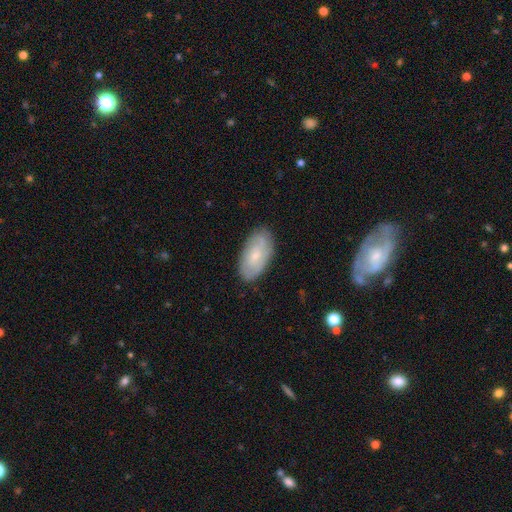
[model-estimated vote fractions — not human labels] A smooth galaxy with no disk features (51%) that is in between round and cigar-shaped (93%). Merging: none (83%).